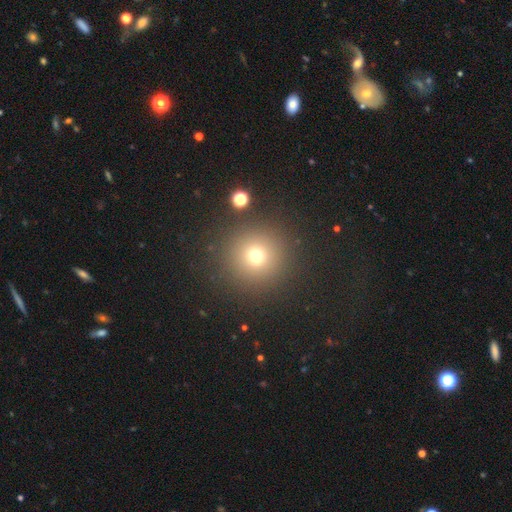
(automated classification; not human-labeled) A smooth galaxy with no disk features (71%) that is round (95%).

Vote fractions:
- Smooth or featured? smooth: 71% / star or artifact: 20% / featured or disk: 9%
- How rounded? round: 95% / in between: 4% / cigar-shaped: 1%
- Merging? none: 88% / minor disturbance: 6% / major disturbance: 3% / merger: 3%